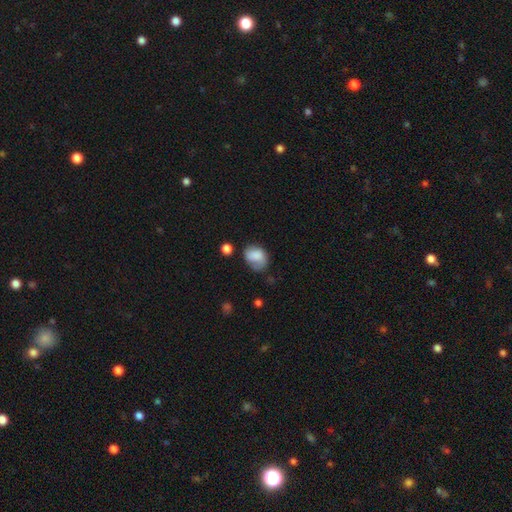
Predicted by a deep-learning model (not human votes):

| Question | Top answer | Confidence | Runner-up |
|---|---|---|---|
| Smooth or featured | smooth | 78% | featured or disk (14%) |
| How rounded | in between | 62% | round (37%) |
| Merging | none | 40% | minor disturbance (34%) |